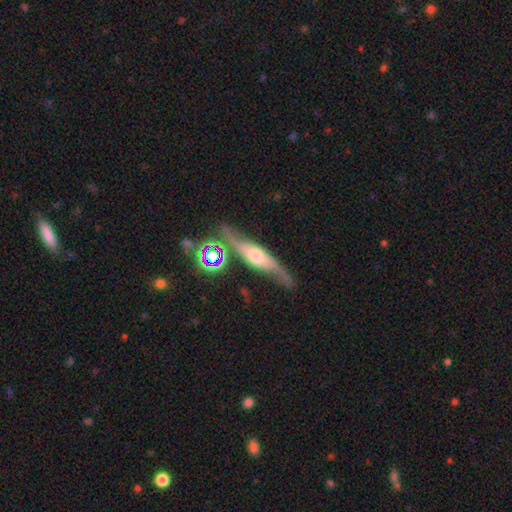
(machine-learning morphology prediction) featured or disk 74%, smooth 17%, star or artifact 9%. Down the decision tree: edge-on disk — yes (68%); edge-on bulge — rounded (85%); merging — none (67%).